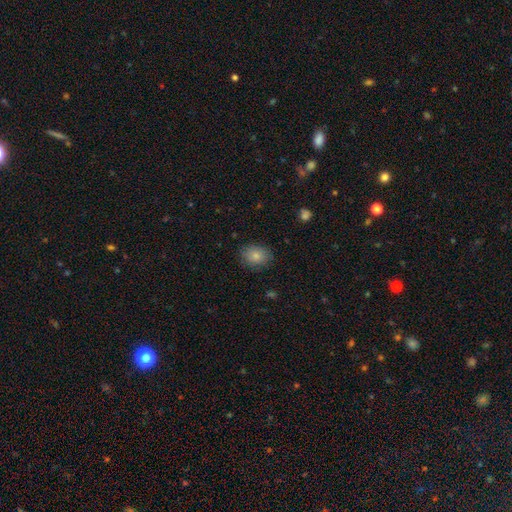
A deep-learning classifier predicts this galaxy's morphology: Overall: smooth (85%). How rounded: in between (53%; round 46%). Merging: none (84%).